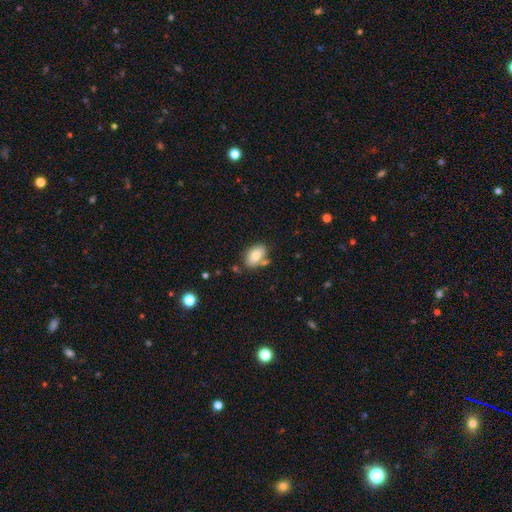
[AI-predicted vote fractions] Q: Smooth or featured?
A: smooth (79%); runner-up: featured or disk (13%)
Q: How rounded?
A: in between (90%); runner-up: round (8%)
Q: Merging?
A: none (68%); runner-up: minor disturbance (16%)